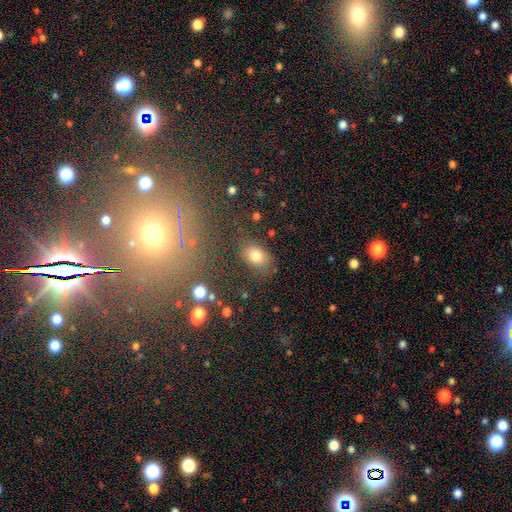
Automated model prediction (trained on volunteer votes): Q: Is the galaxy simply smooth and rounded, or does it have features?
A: smooth — 78%.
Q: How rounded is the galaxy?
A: in between — 73%.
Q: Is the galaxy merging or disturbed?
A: none — 71%.